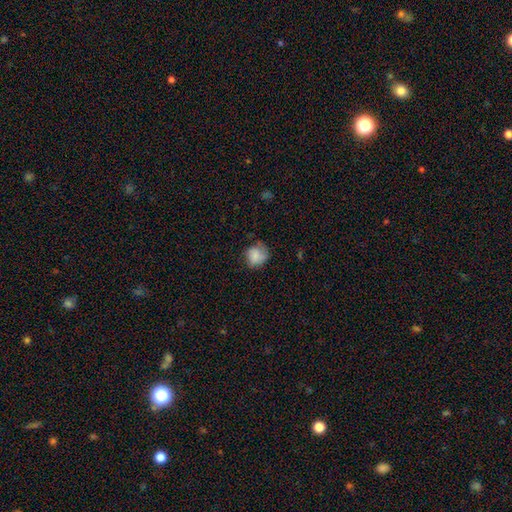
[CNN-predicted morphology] Smooth or featured? Predicted: smooth (p=0.79). How rounded? Predicted: round (p=0.73). Merging? Predicted: none (p=0.56).